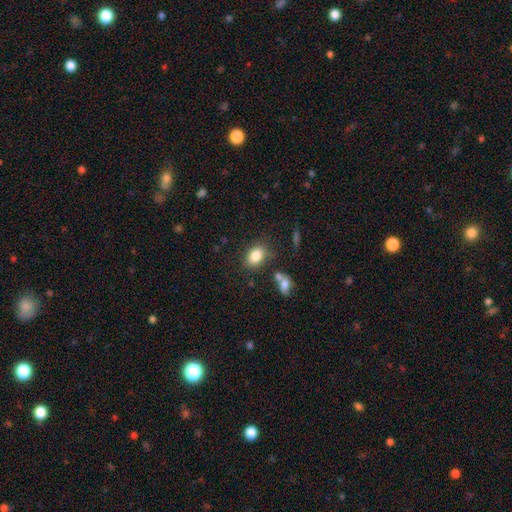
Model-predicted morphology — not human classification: This is clearly a smooth galaxy (82%). How rounded: likely in between (72%). Merging: likely none (75%).